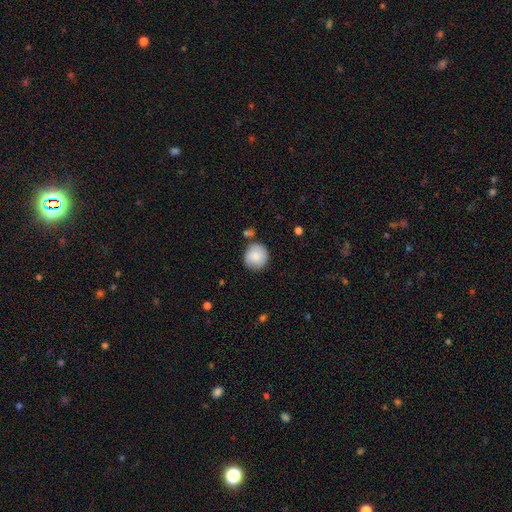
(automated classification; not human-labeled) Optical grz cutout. It shows a smooth galaxy with no disk features (84%) that is round (91%). Merging: none (76%).